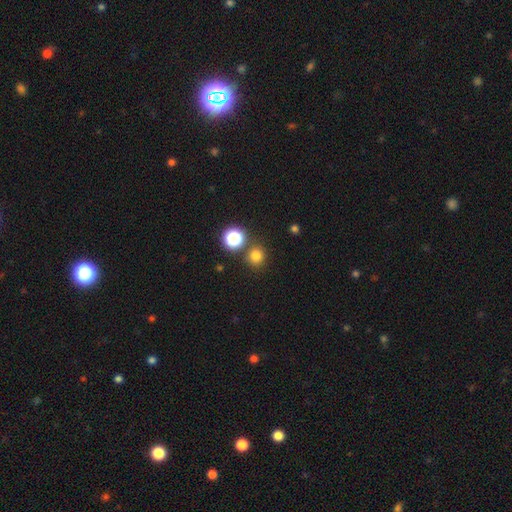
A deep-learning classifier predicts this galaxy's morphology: type=smooth (77%); roundness=round (90%); merging=none (81%).